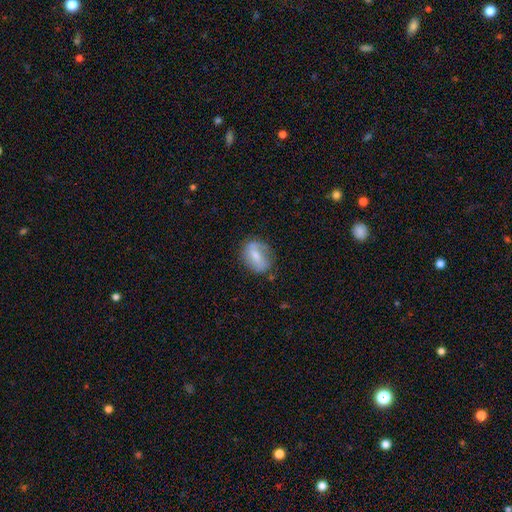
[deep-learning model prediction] This is possibly a smooth galaxy (52%). How rounded: likely in between (70%). Merging: likely none (64%).